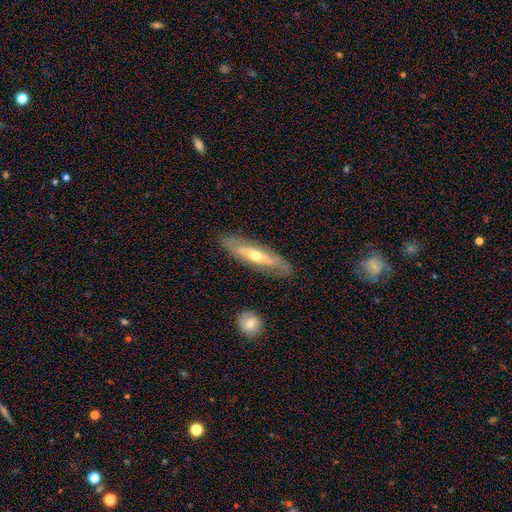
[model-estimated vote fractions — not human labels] Smooth or featured? featured or disk (60%)
Edge-on disk? yes (56%)
Merging? none (84%)